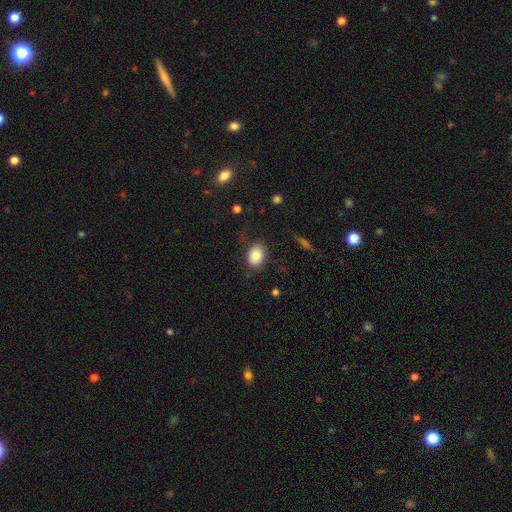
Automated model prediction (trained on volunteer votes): Overall: smooth (85%). How rounded: in between (77%). Merging: none (78%).